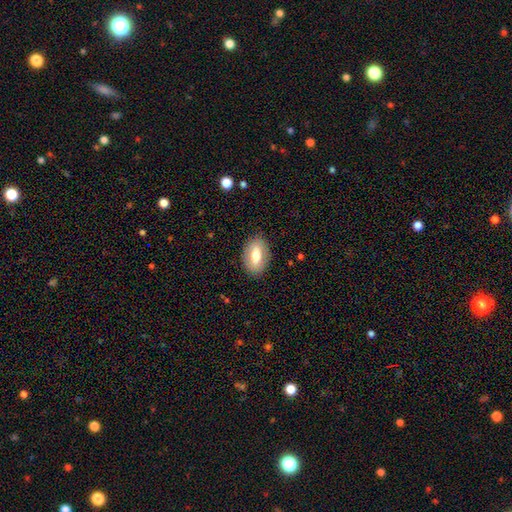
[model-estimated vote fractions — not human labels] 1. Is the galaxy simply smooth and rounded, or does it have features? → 64% smooth, 29% featured or disk, 7% star or artifact.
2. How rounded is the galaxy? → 90% in between, 8% round, 3% cigar-shaped.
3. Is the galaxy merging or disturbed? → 85% none, 10% minor disturbance, 3% major disturbance, 1% merger.